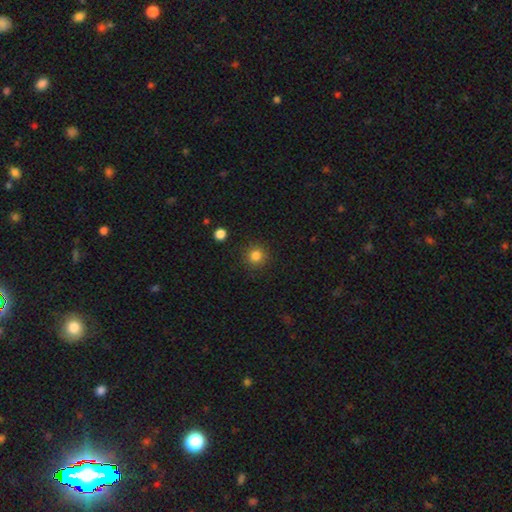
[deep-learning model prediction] Smooth or featured? Predicted: smooth (p=0.83). How rounded? Predicted: round (p=0.93). Merging? Predicted: none (p=0.90).